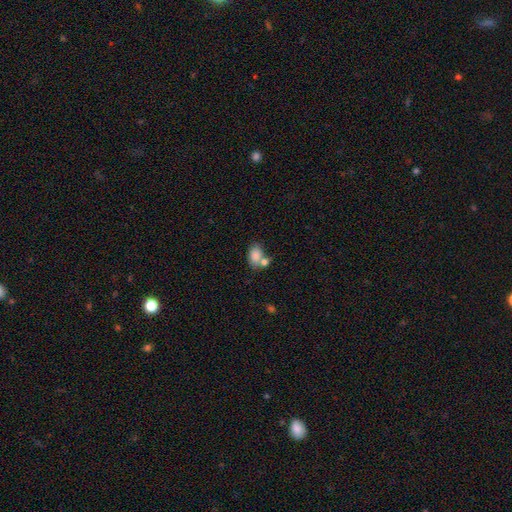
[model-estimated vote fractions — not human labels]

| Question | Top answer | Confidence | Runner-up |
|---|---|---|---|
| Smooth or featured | smooth | 83% | featured or disk (9%) |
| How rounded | in between | 84% | round (15%) |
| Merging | none | 44% | merger (36%) |